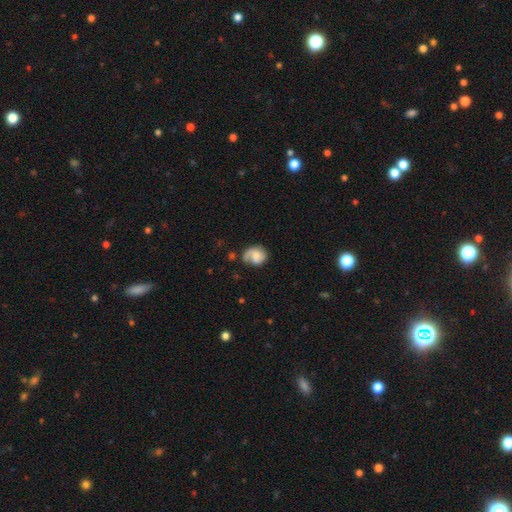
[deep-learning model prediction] smooth-or-featured: featured or disk: 50% | smooth: 42% | star or artifact: 8%
  merging: none: 52% | minor disturbance: 27% | major disturbance: 17% | merger: 4%